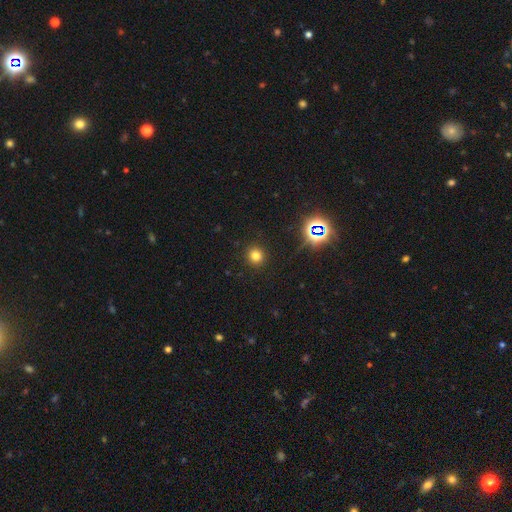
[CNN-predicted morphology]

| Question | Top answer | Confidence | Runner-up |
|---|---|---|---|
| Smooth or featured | smooth | 76% | star or artifact (18%) |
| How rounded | round | 91% | in between (8%) |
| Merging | none | 92% | minor disturbance (5%) |